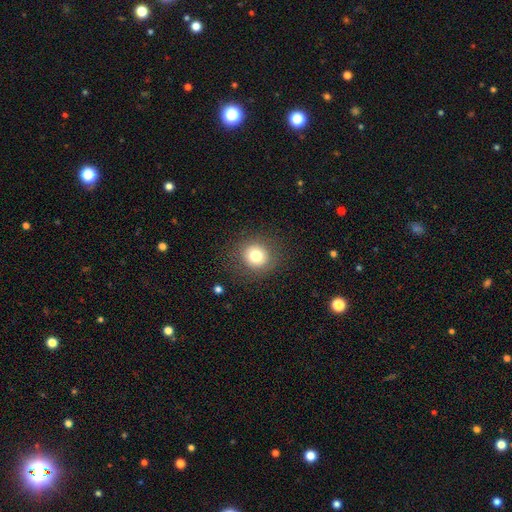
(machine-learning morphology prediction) smooth-or-featured: smooth: 77% | star or artifact: 12% | featured or disk: 11%
  how-rounded: round: 90% | in between: 9% | cigar-shaped: 1%
  merging: none: 87% | minor disturbance: 8% | major disturbance: 4% | merger: 1%